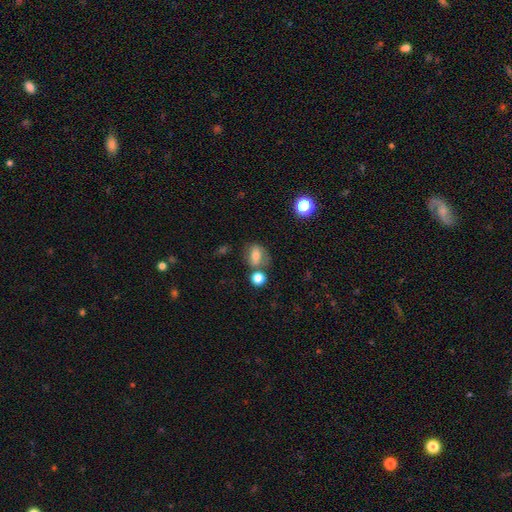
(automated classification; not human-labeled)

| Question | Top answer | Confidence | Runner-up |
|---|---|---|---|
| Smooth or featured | smooth | 67% | featured or disk (20%) |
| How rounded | in between | 59% | round (38%) |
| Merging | none | 54% | merger (21%) |